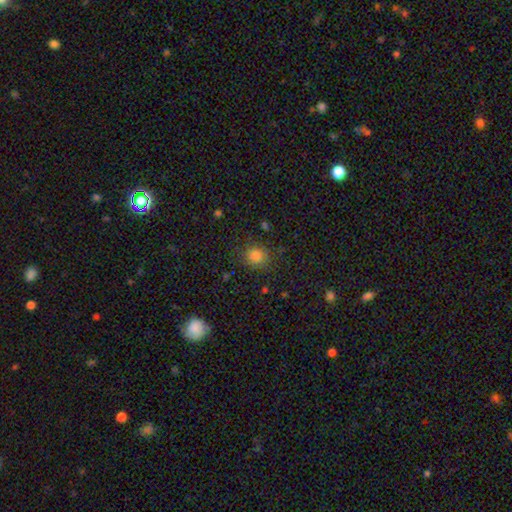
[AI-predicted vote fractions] smooth-or-featured: smooth: 82% | star or artifact: 13% | featured or disk: 5%
  how-rounded: round: 82% | in between: 17% | cigar-shaped: 1%
  merging: none: 83% | minor disturbance: 11% | major disturbance: 4% | merger: 2%